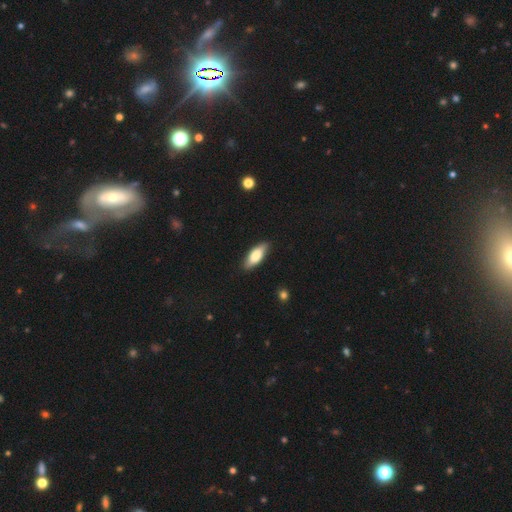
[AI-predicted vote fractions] Smooth or featured?
  - smooth: 78% *
  - featured or disk: 17%
  - star or artifact: 6%
How rounded?
  - in between: 73% *
  - cigar-shaped: 25%
  - round: 2%
Merging?
  - none: 85% *
  - minor disturbance: 11%
  - major disturbance: 2%
  - merger: 1%